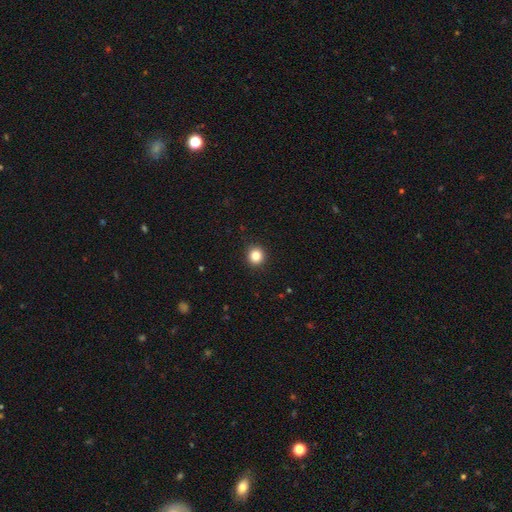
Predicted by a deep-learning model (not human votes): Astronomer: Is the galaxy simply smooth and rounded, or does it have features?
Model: smooth — 84%.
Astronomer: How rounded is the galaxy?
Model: round — 91%.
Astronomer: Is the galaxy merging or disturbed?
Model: none — 92%.